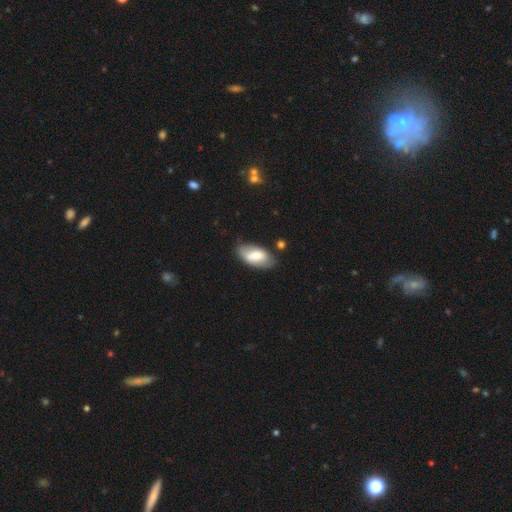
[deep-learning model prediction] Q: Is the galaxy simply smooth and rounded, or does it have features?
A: smooth — 67%.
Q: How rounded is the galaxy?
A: in between — 94%.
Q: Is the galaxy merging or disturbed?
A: none — 77%.